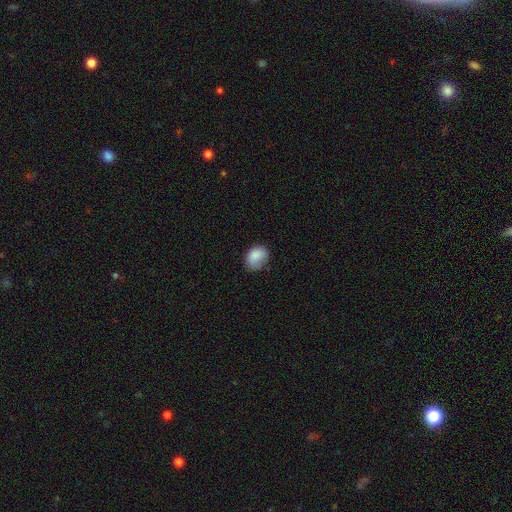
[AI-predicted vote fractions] Smooth or featured? smooth (84%)
How rounded? in between (63%)
Merging? none (59%)